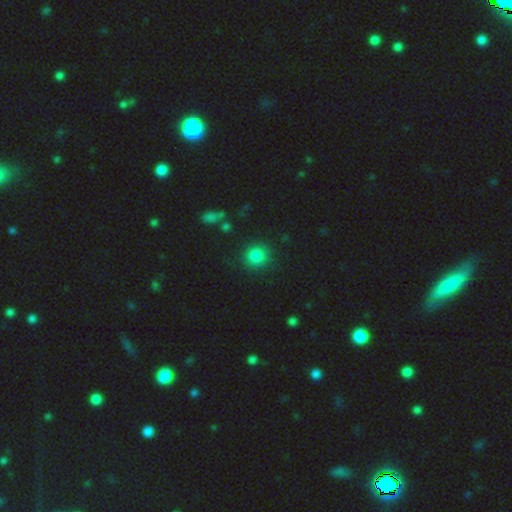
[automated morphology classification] smooth 83%, star or artifact 13%, featured or disk 5%. Down the decision tree: how rounded — round (87%); merging — none (87%).